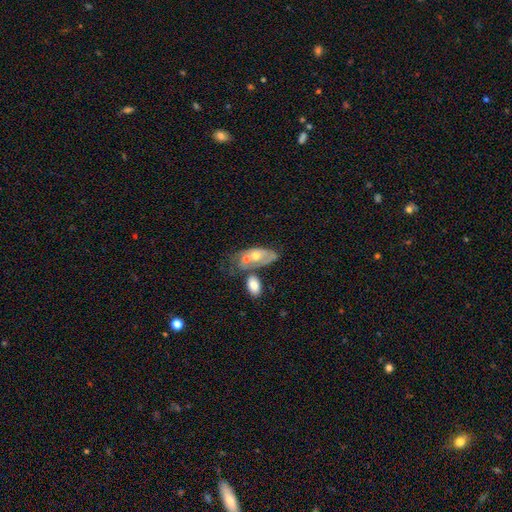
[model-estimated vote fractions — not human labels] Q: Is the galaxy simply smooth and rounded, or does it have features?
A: featured or disk — 51%.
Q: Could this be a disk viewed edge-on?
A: no — 88%.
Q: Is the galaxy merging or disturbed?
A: merger — 42%.